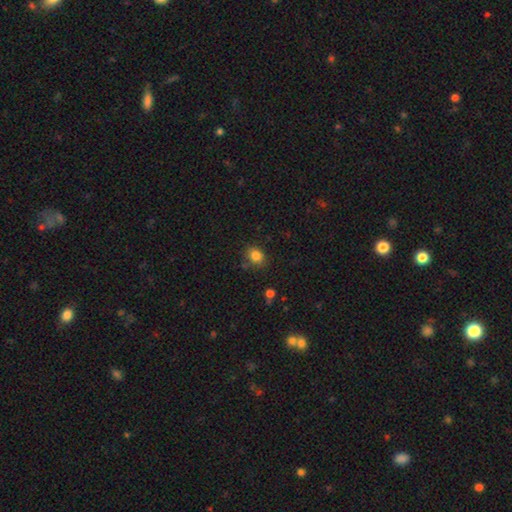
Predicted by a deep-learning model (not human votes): Smooth or featured?
  - smooth: 84% *
  - star or artifact: 11%
  - featured or disk: 5%
How rounded?
  - round: 53% *
  - in between: 46%
  - cigar-shaped: 1%
Merging?
  - none: 76% *
  - minor disturbance: 16%
  - major disturbance: 4%
  - merger: 4%